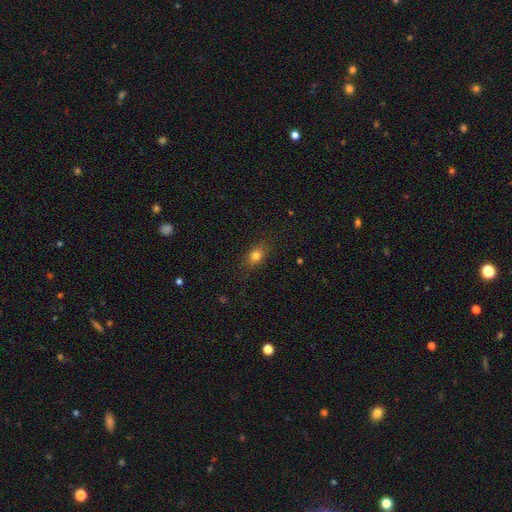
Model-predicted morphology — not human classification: Smooth or featured: smooth — 78% (star or artifact — 12%)
How rounded: in between — 66% (round — 28%)
Merging: none — 83% (minor disturbance — 13%)